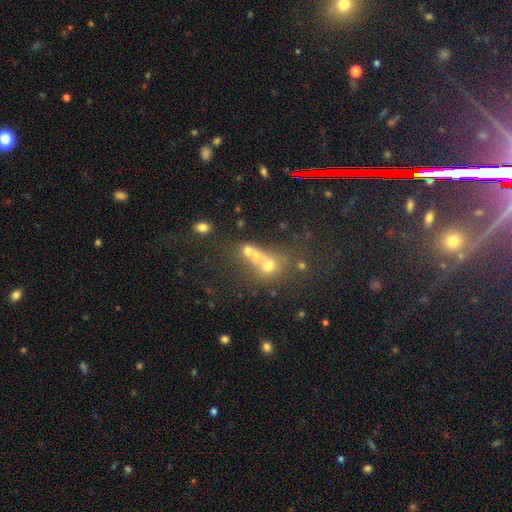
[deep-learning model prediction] Smooth or featured: smooth — 56% (featured or disk — 22%)
How rounded: round — 69% (in between — 28%)
Merging: merger — 56% (none — 31%)